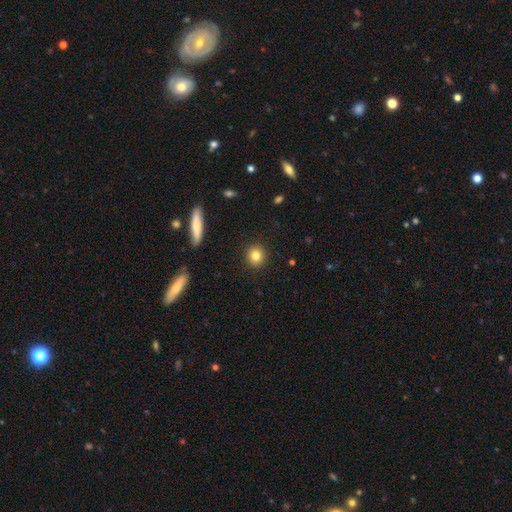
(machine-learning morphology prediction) This is clearly a smooth galaxy (82%). How rounded: clearly round (88%). Merging: clearly none (92%).